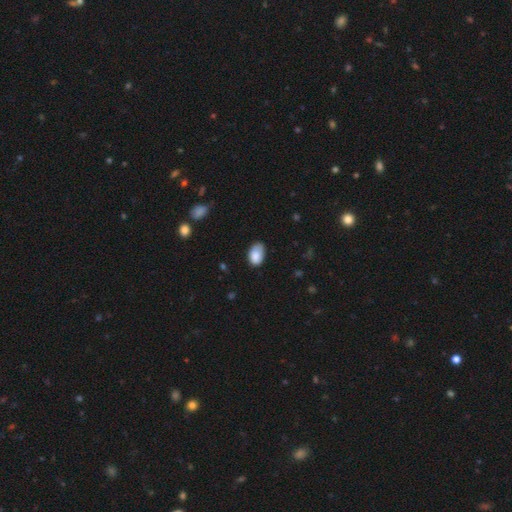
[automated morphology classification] The model was most divided on "merging": none: 55%, minor disturbance: 36%, major disturbance: 7%, merger: 2%. More confident: how rounded — in between (90%); smooth or featured — smooth (85%).